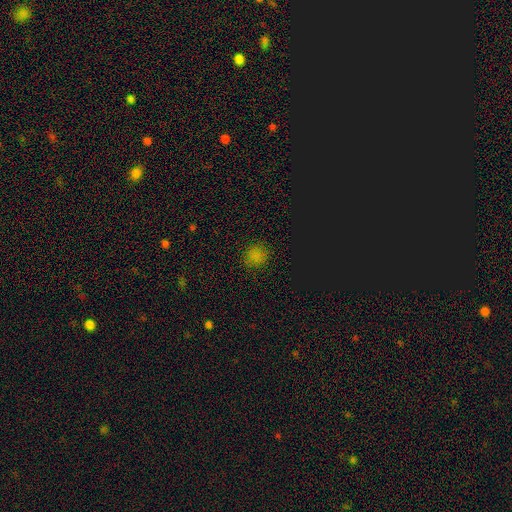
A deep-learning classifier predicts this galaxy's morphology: Smooth or featured?
  - smooth: 75% *
  - star or artifact: 21%
  - featured or disk: 4%
How rounded?
  - round: 89% *
  - in between: 10%
  - cigar-shaped: 1%
Merging?
  - none: 87% *
  - minor disturbance: 9%
  - major disturbance: 3%
  - merger: 1%